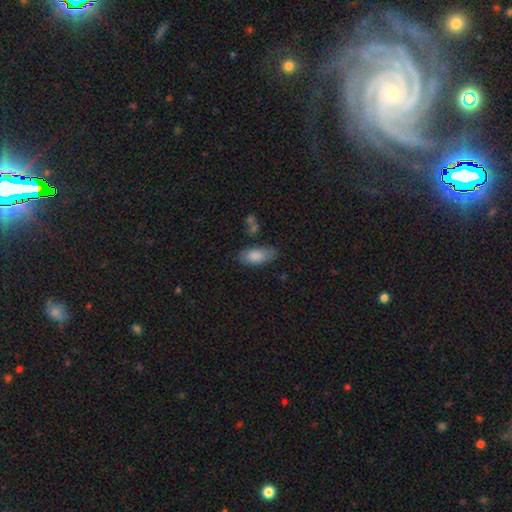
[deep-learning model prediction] A smooth galaxy with no disk features (83%) that is in between round and cigar-shaped (88%).

Vote fractions:
- Smooth or featured? smooth: 83% / featured or disk: 10% / star or artifact: 7%
- How rounded? in between: 88% / cigar-shaped: 9% / round: 3%
- Merging? none: 68% / minor disturbance: 22% / major disturbance: 5% / merger: 4%